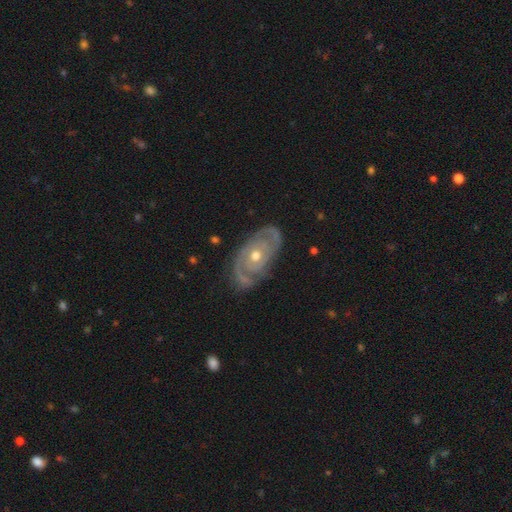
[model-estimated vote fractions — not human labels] A featured or disk galaxy (89%) with no bar (82%), 2 (68%) tight (68%) spiral arms (93%) and a moderate central bulge (68%).

Vote fractions:
- Smooth or featured? featured or disk: 89% / smooth: 7% / star or artifact: 4%
- Edge-on disk? no: 95% / yes: 5%
- Bar? no: 82% / weak: 14% / strong: 4%
- Spiral arms? yes: 93% / no: 7%
- Spiral winding? tight: 68% / medium: 26% / loose: 7%
- Spiral arm count? 2: 68% / can't tell: 14% / 3: 8% / 1: 4% / 4: 3% / more than 4: 3%
- Bulge size? moderate: 68% / small: 28% / large: 2% / none: 1% / dominant: 1%
- Merging? none: 78% / minor disturbance: 16% / major disturbance: 5% / merger: 1%